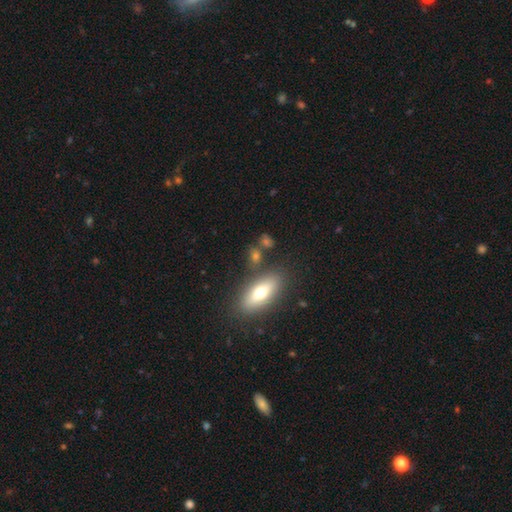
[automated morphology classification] Q: Smooth or featured?
A: smooth (64%); runner-up: featured or disk (26%)
Q: How rounded?
A: in between (63%); runner-up: cigar-shaped (23%)
Q: Merging?
A: none (76%); runner-up: minor disturbance (11%)